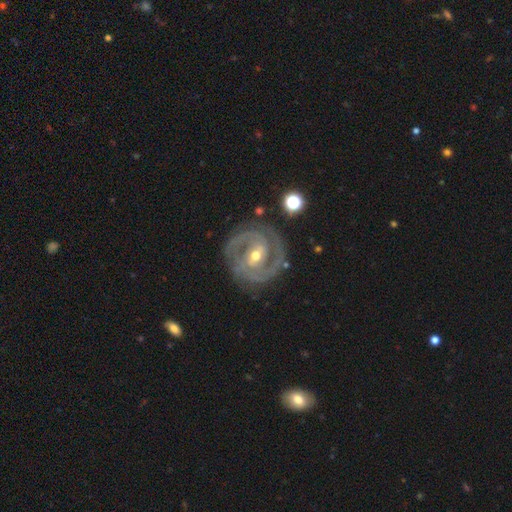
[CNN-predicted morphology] Smooth or featured? featured or disk (90%)
Edge-on disk? no (97%)
Bar? weak (45%)
Spiral arms? yes (97%)
Spiral winding? tight (62%)
Spiral arm count? 2 (68%)
Bulge size? moderate (59%)
Merging? none (80%)